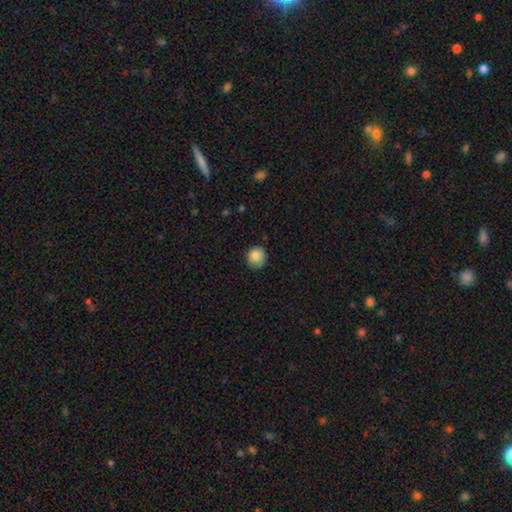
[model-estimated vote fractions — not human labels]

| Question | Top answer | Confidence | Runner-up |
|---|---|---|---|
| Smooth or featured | smooth | 86% | star or artifact (9%) |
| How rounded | round | 91% | in between (8%) |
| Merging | none | 82% | minor disturbance (14%) |